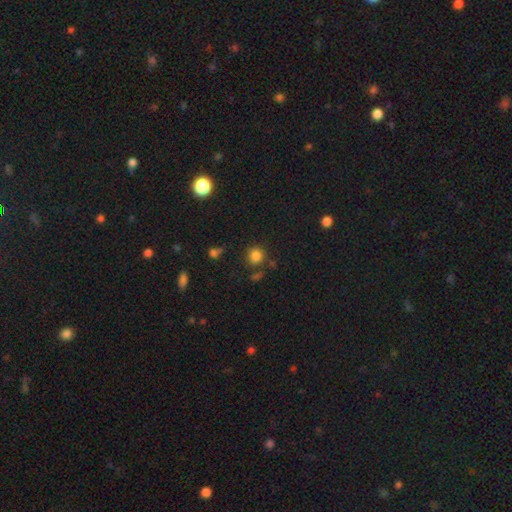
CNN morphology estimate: Smooth or featured?
  - smooth: 81% *
  - star or artifact: 14%
  - featured or disk: 5%
How rounded?
  - round: 89% *
  - in between: 10%
  - cigar-shaped: 1%
Merging?
  - none: 76% *
  - minor disturbance: 11%
  - merger: 9%
  - major disturbance: 4%